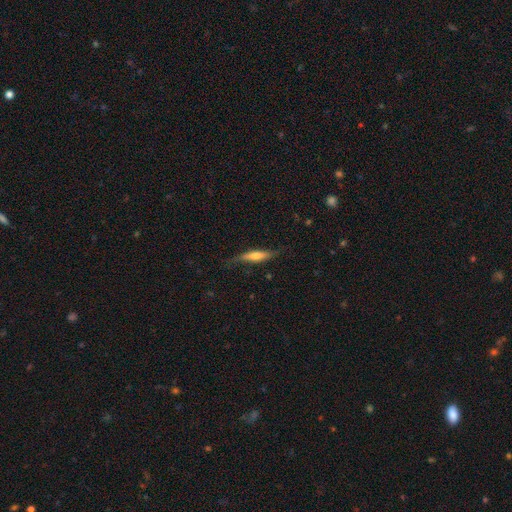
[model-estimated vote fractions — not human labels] Q: Smooth or featured?
A: featured or disk (48%); runner-up: smooth (46%)
Q: Merging?
A: none (68%); runner-up: minor disturbance (24%)